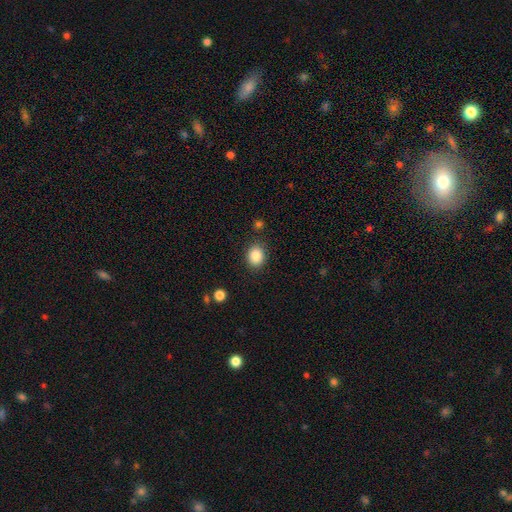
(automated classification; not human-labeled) This is clearly a smooth galaxy (85%). How rounded: likely round (62%). Merging: clearly none (87%).